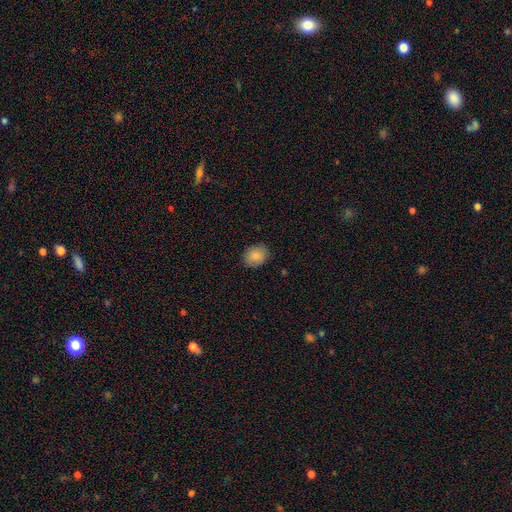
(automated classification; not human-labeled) Smooth or featured?
  - smooth: 86% *
  - star or artifact: 8%
  - featured or disk: 6%
How rounded?
  - round: 58% *
  - in between: 41%
  - cigar-shaped: 1%
Merging?
  - none: 87% *
  - minor disturbance: 10%
  - major disturbance: 2%
  - merger: 1%